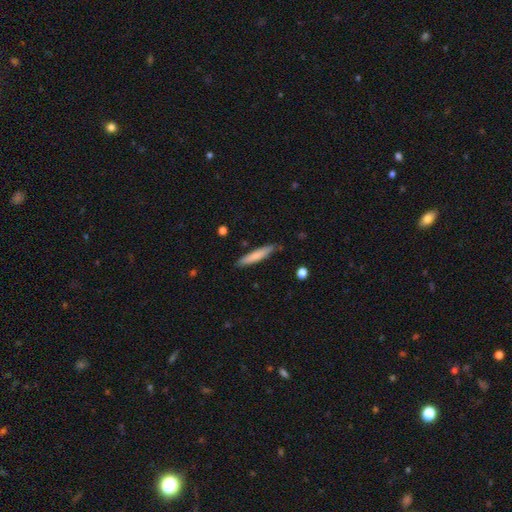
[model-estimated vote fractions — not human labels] Smooth or featured?
  - smooth: 75% *
  - featured or disk: 20%
  - star or artifact: 6%
How rounded?
  - cigar-shaped: 91% *
  - in between: 8%
  - round: 1%
Merging?
  - none: 85% *
  - minor disturbance: 11%
  - major disturbance: 2%
  - merger: 2%